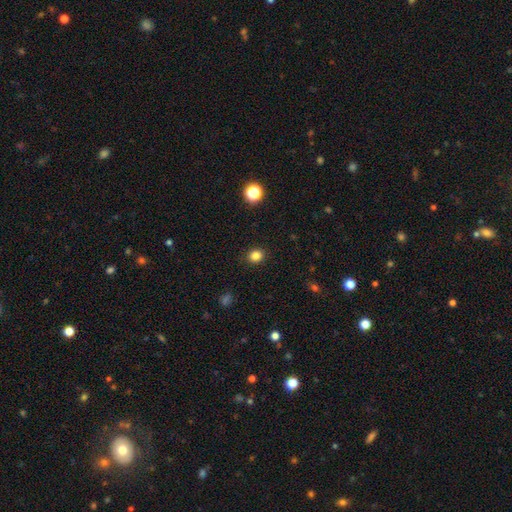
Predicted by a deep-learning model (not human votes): A smooth galaxy with no disk features (83%) that is round (68%). Merging: none (90%).